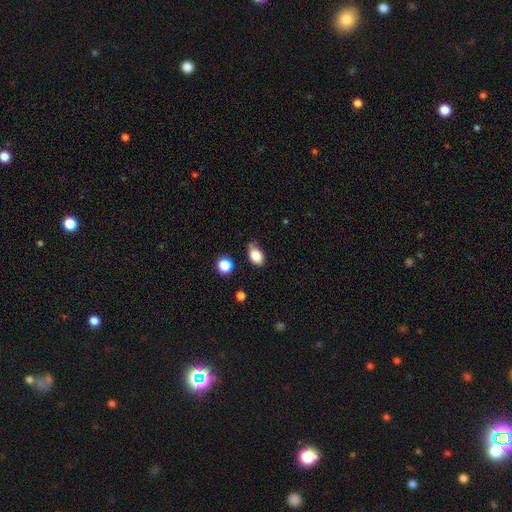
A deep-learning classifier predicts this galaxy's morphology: This is clearly a smooth galaxy (83%). How rounded: likely in between (80%). Merging: likely none (60%).